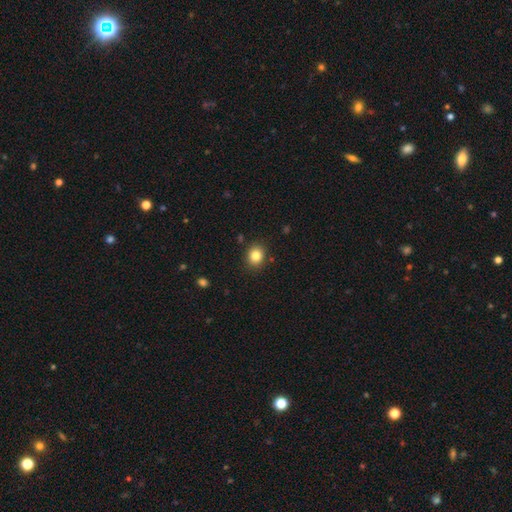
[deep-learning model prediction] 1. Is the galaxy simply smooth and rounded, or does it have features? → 83% smooth, 11% star or artifact, 6% featured or disk.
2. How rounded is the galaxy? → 70% round, 30% in between, 1% cigar-shaped.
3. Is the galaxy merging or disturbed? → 88% none, 8% minor disturbance, 2% major disturbance, 2% merger.